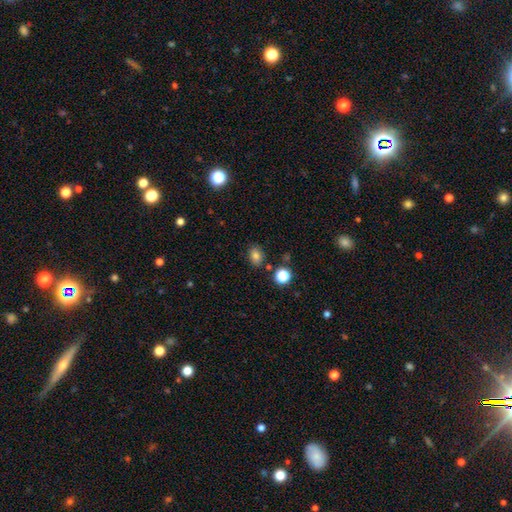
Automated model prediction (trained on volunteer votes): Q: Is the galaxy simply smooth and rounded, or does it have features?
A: smooth — 79%.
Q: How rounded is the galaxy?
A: in between — 64%.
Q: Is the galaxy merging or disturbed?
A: none — 82%.